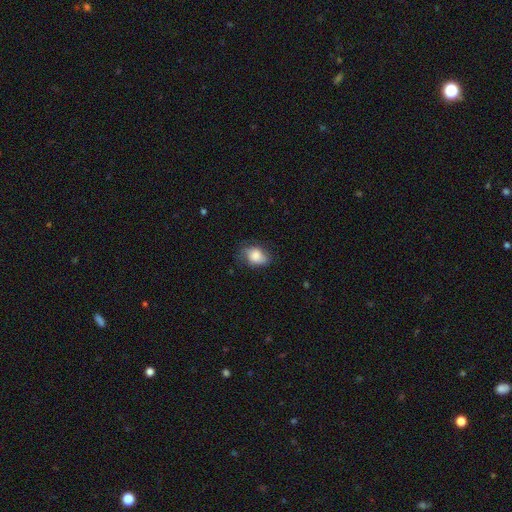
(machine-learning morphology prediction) The model was most divided on "merging": none: 53%, minor disturbance: 33%, major disturbance: 13%, merger: 2%. More confident: smooth or featured — smooth (79%); how rounded — in between (73%).